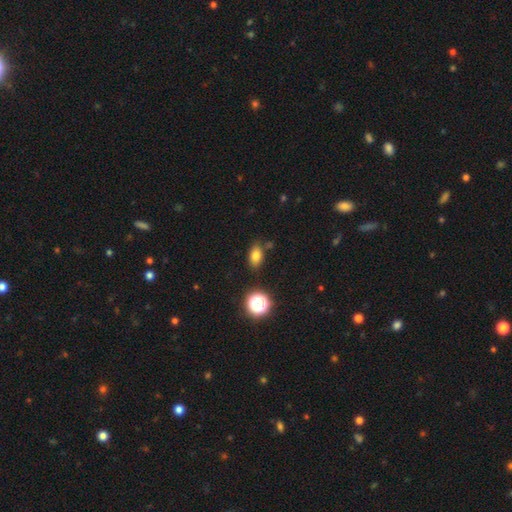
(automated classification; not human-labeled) smooth 78%, star or artifact 14%, featured or disk 8%. Down the decision tree: how rounded — in between (80%); merging — none (78%).